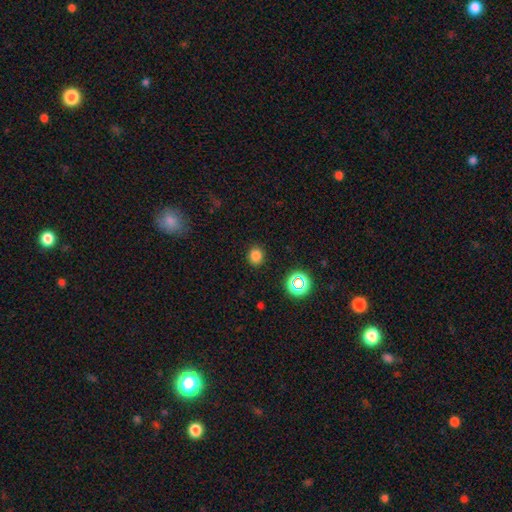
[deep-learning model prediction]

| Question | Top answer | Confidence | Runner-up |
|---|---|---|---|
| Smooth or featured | smooth | 79% | star or artifact (16%) |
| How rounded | round | 73% | in between (26%) |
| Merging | none | 89% | minor disturbance (7%) |